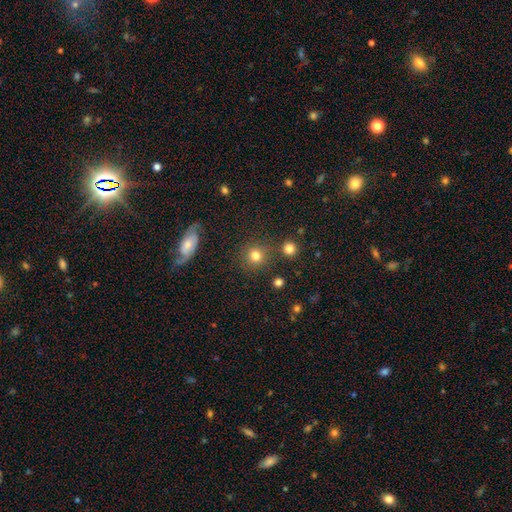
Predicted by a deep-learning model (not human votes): Overall: smooth (80%). How rounded: round (90%). Merging: none (81%).